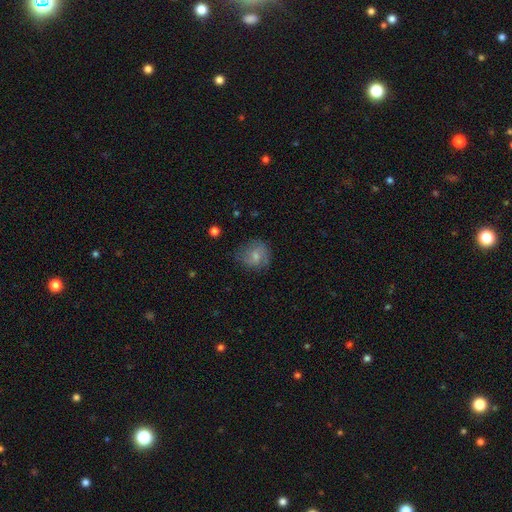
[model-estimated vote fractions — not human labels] Smooth or featured?
  - smooth: 51% *
  - featured or disk: 41%
  - star or artifact: 8%
How rounded?
  - round: 76% *
  - in between: 23%
  - cigar-shaped: 1%
Merging?
  - none: 65% *
  - minor disturbance: 24%
  - major disturbance: 10%
  - merger: 1%